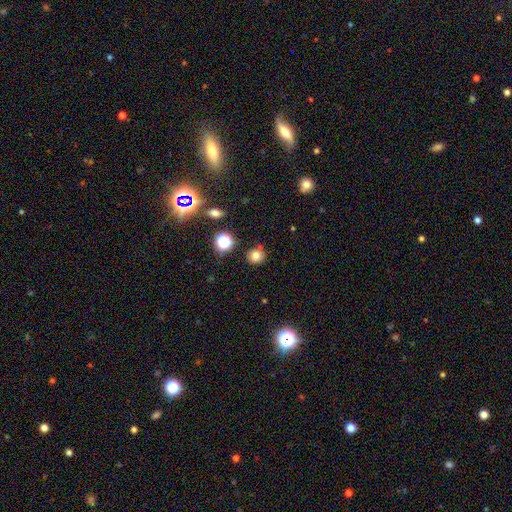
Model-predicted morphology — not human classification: Q: Smooth or featured?
A: smooth (76%); runner-up: star or artifact (16%)
Q: How rounded?
A: round (87%); runner-up: in between (12%)
Q: Merging?
A: none (83%); runner-up: minor disturbance (10%)